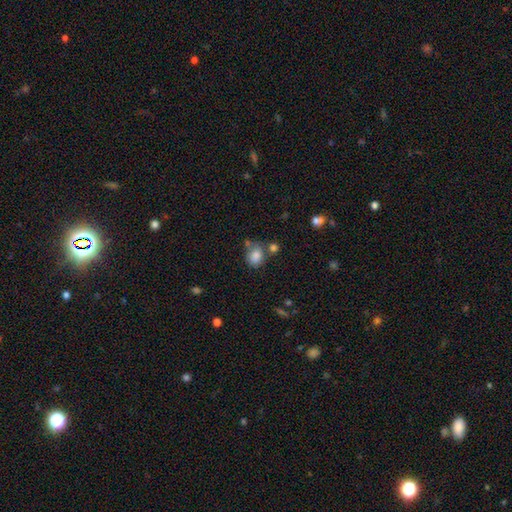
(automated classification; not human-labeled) Q: Smooth or featured?
A: smooth (82%); runner-up: star or artifact (10%)
Q: How rounded?
A: in between (54%); runner-up: round (45%)
Q: Merging?
A: none (55%); runner-up: minor disturbance (20%)